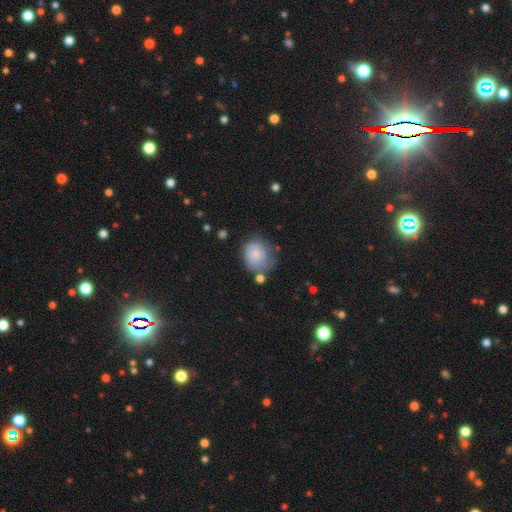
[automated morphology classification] This appears to be a smooth galaxy with no disk features (78%) that is round (61%). Merging: none (49%).